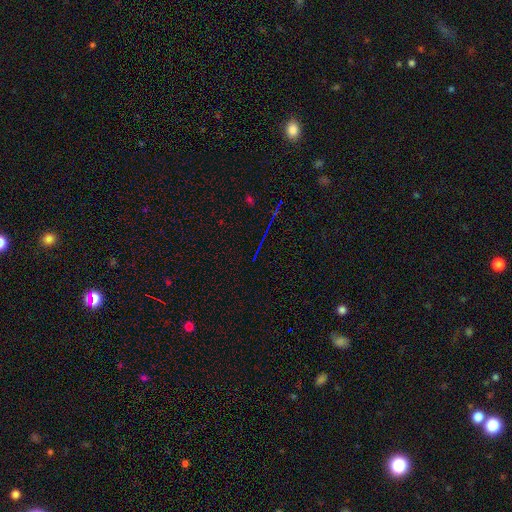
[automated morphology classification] A star or artifact, not a galaxy (77%).